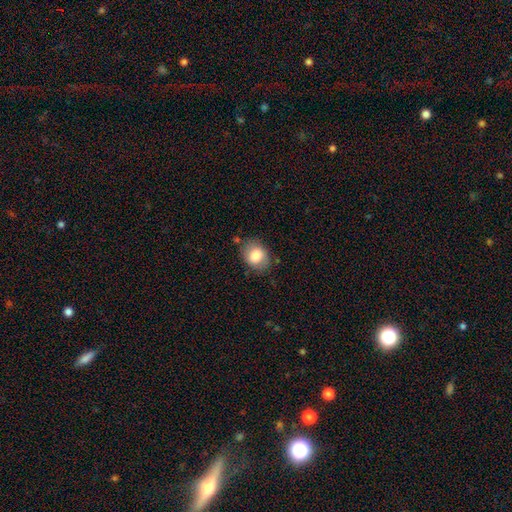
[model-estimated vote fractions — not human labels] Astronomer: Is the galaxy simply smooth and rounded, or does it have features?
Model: smooth — 79%.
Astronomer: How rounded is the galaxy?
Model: in between — 54% (runner-up: round, 46%).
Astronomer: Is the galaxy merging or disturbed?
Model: none — 77%.